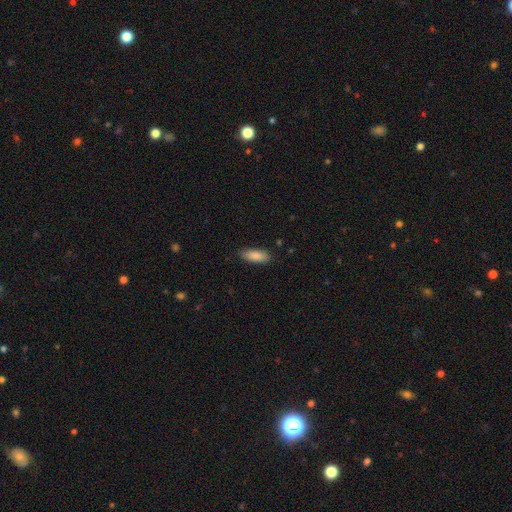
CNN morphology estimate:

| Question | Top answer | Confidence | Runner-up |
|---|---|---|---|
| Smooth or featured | smooth | 87% | featured or disk (7%) |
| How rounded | in between | 73% | cigar-shaped (25%) |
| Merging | none | 86% | minor disturbance (10%) |